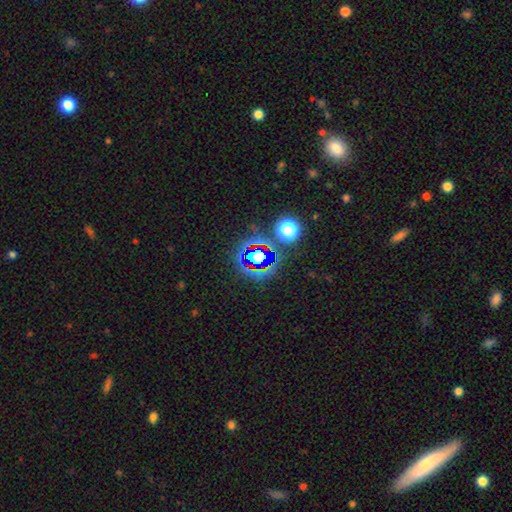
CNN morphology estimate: Smooth or featured? star or artifact (66%)